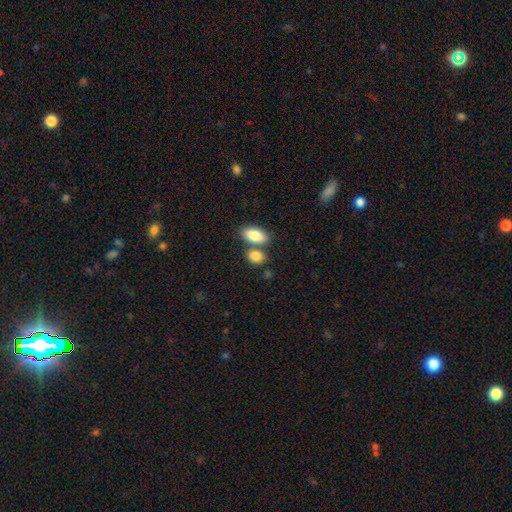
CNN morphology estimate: A smooth galaxy with no disk features (86%) that is in between round and cigar-shaped (77%).

Vote fractions:
- Smooth or featured? smooth: 86% / star or artifact: 7% / featured or disk: 7%
- How rounded? in between: 77% / round: 20% / cigar-shaped: 3%
- Merging? none: 53% / merger: 34% / minor disturbance: 10% / major disturbance: 3%